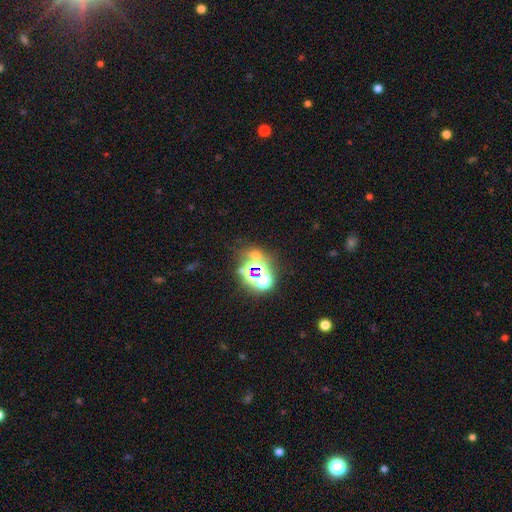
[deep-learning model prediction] smooth_or_featured: star or artifact (p=0.61) [alt: smooth p=0.28]